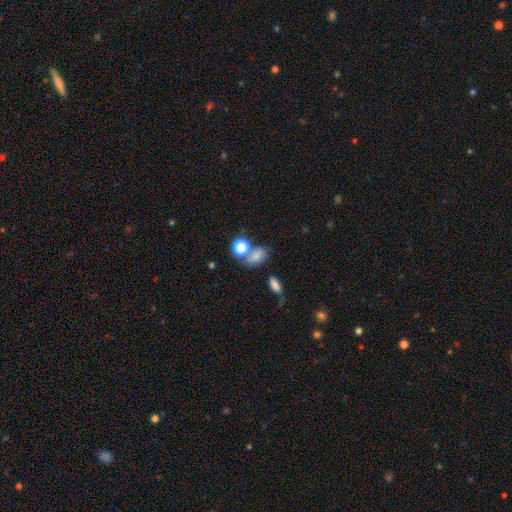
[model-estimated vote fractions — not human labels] A smooth galaxy with no disk features (73%) that is in between round and cigar-shaped (60%).

Vote fractions:
- Smooth or featured? smooth: 73% / star or artifact: 16% / featured or disk: 12%
- How rounded? in between: 60% / round: 38% / cigar-shaped: 2%
- Merging? none: 44% / merger: 33% / minor disturbance: 15% / major disturbance: 8%